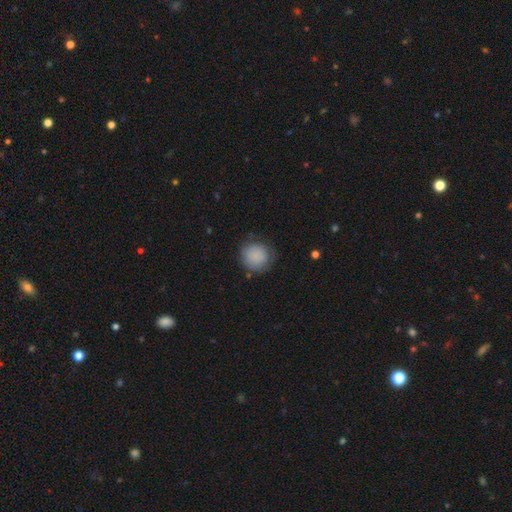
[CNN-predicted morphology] Smooth or featured?
  - smooth: 87% *
  - star or artifact: 7%
  - featured or disk: 6%
How rounded?
  - round: 91% *
  - in between: 8%
  - cigar-shaped: 1%
Merging?
  - none: 75% *
  - minor disturbance: 17%
  - major disturbance: 6%
  - merger: 2%